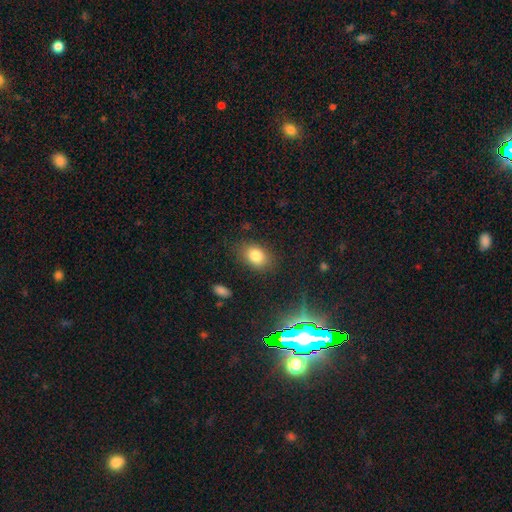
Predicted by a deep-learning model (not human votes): Smooth or featured?
  - smooth: 81% *
  - star or artifact: 11%
  - featured or disk: 8%
How rounded?
  - in between: 74% *
  - round: 24%
  - cigar-shaped: 1%
Merging?
  - none: 81% *
  - minor disturbance: 13%
  - major disturbance: 4%
  - merger: 2%